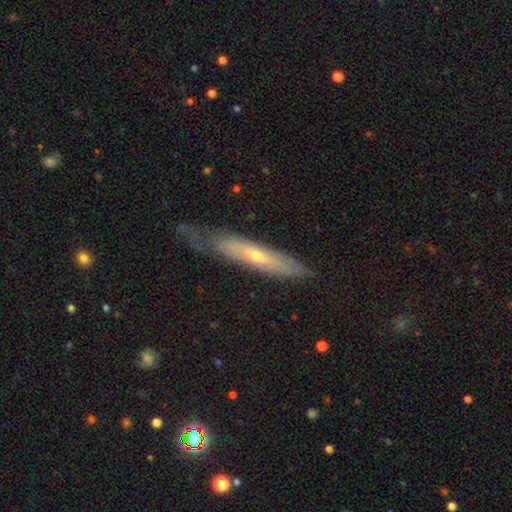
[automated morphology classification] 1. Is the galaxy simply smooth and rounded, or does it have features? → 59% featured or disk, 32% smooth, 9% star or artifact.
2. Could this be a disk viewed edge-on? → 65% yes, 35% no.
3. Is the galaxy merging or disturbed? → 58% none, 29% minor disturbance, 11% major disturbance, 2% merger.